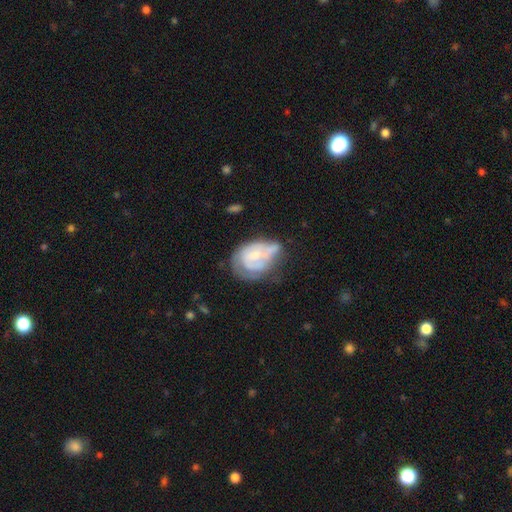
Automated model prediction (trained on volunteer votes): Smooth or featured? featured or disk (63%)
Edge-on disk? no (97%)
Bar? no (66%)
Spiral arms? yes (67%)
Bulge size? small (52%)
Merging? minor disturbance (33%)